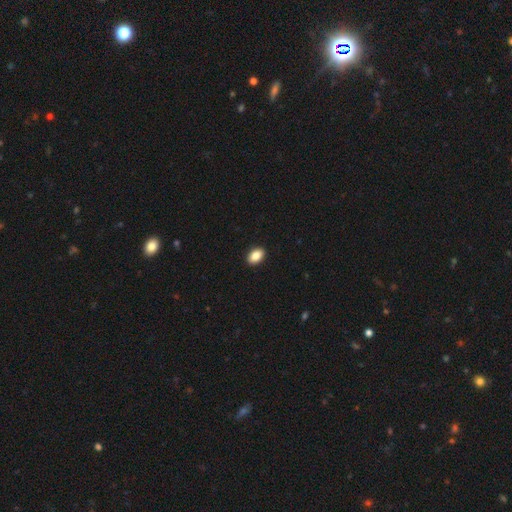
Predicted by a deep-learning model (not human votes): smooth-or-featured: smooth: 89% | star or artifact: 8% | featured or disk: 4%
  how-rounded: in between: 89% | round: 10% | cigar-shaped: 1%
  merging: none: 91% | minor disturbance: 6% | major disturbance: 2% | merger: 1%